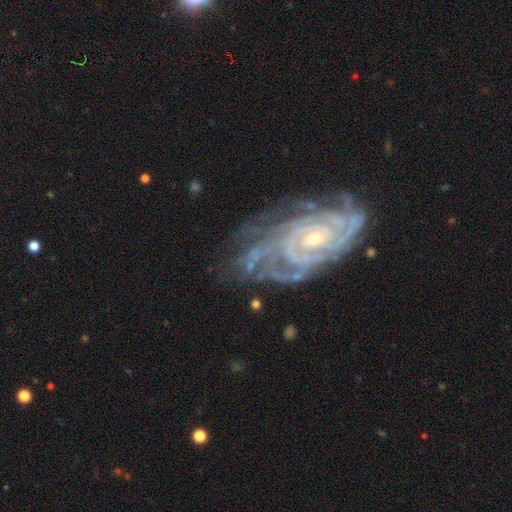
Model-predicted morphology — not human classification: Overall: featured or disk (91%). Edge-on disk: no (96%). Bar: no (64%; weak 27%). Spiral arms: yes (98%). Spiral arm count: can't tell (25%; 4 21%). Spiral winding: tight (79%). Bulge size: small (58%; moderate 38%). Merging: none (61%; minor disturbance 24%).